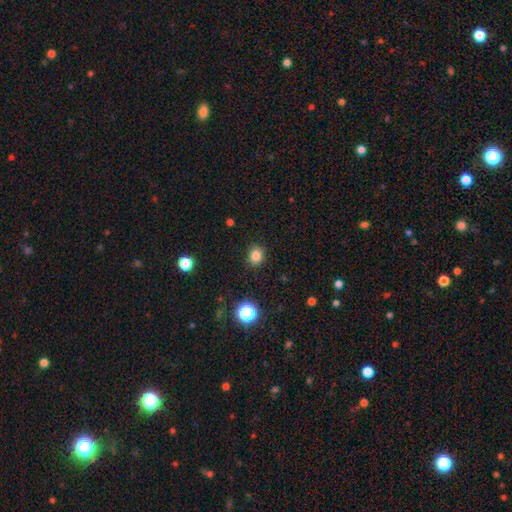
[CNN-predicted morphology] Smooth or featured? smooth (83%)
How rounded? round (64%)
Merging? none (89%)